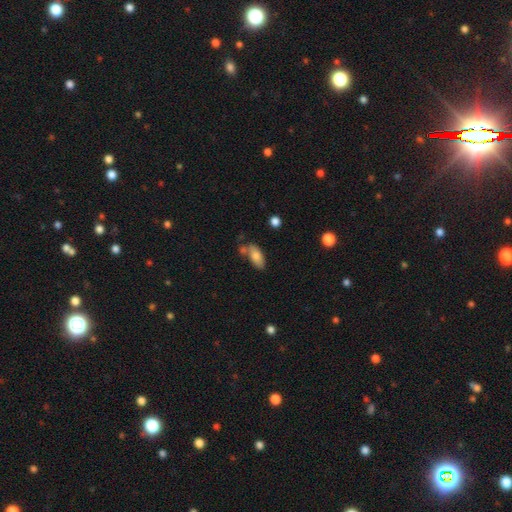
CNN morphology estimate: smooth_or_featured: smooth (p=0.77) [alt: featured or disk p=0.15]
how_rounded: in between (p=0.86) [alt: cigar-shaped p=0.11]
merging: none (p=0.54) [alt: minor disturbance p=0.21]